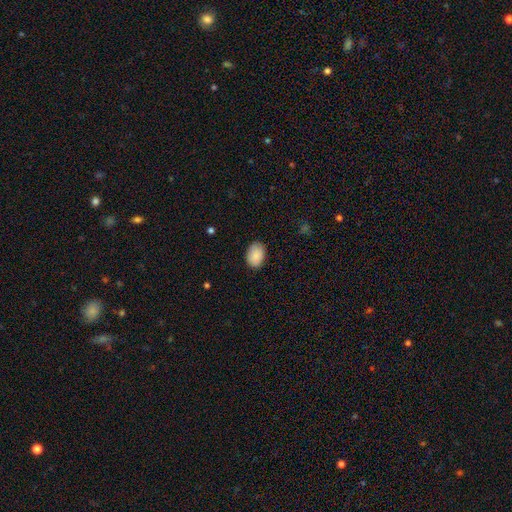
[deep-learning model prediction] smooth 89%, star or artifact 7%, featured or disk 4%. Down the decision tree: how rounded — in between (82%); merging — none (82%).